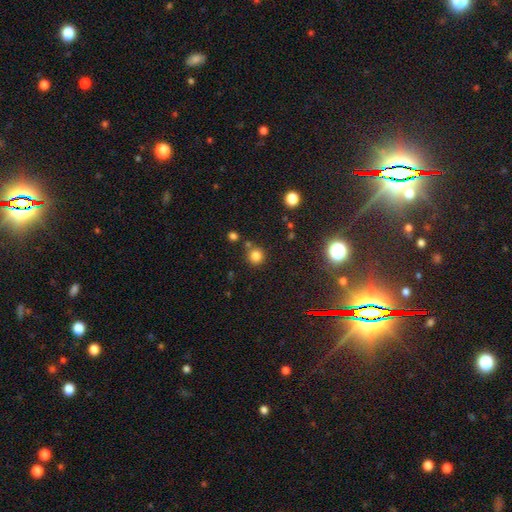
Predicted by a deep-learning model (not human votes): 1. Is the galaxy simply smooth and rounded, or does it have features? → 80% smooth, 15% star or artifact, 5% featured or disk.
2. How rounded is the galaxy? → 92% round, 7% in between, 1% cigar-shaped.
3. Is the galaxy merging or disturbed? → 77% none, 11% merger, 9% minor disturbance, 3% major disturbance.